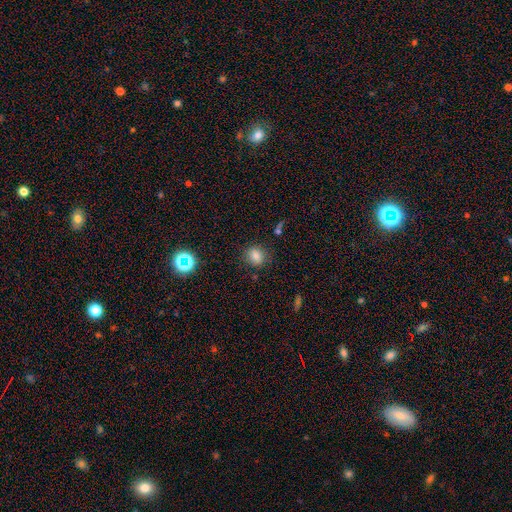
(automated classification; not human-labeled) Morphology: type=smooth (79%); roundness=round (67%); merging=none (82%).